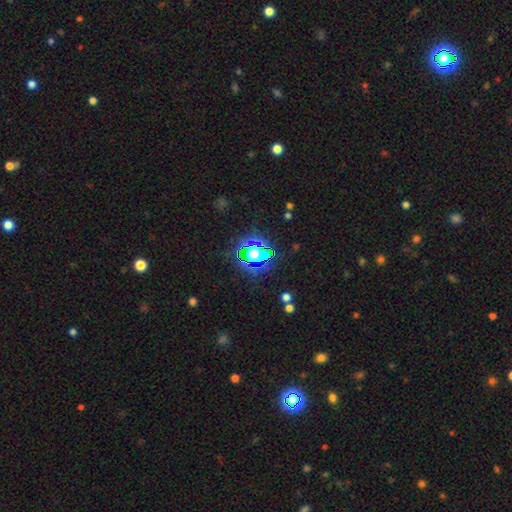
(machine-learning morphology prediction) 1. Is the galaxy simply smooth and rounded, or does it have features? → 59% star or artifact, 28% smooth, 13% featured or disk.